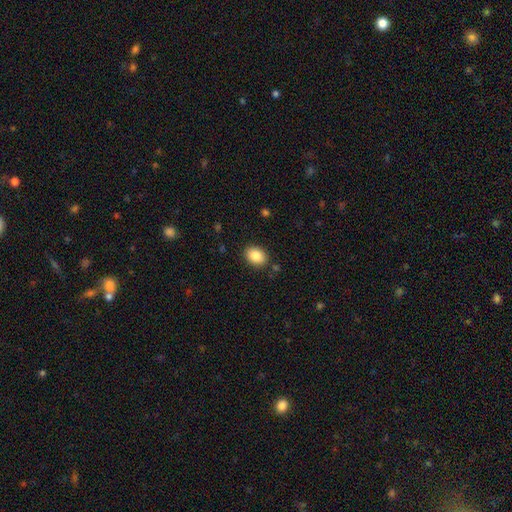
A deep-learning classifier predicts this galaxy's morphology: This is clearly a smooth galaxy (87%). How rounded: likely in between (67%). Merging: clearly none (87%).